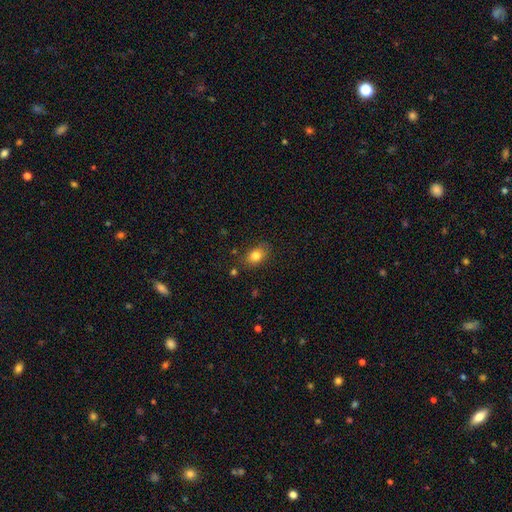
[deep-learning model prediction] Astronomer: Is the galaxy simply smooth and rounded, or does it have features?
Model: smooth — 82%.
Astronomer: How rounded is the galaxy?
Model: in between — 71%.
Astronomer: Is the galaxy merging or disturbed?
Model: none — 80%.